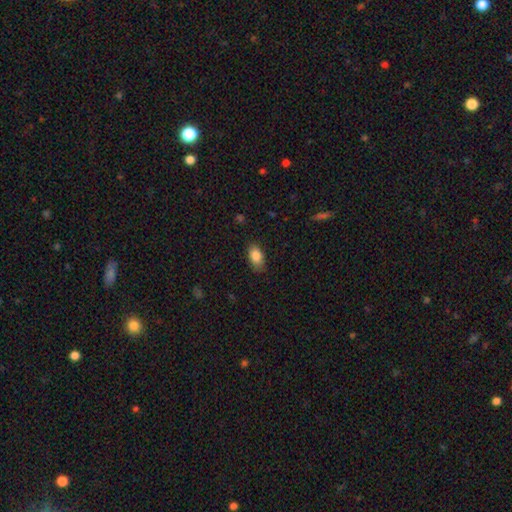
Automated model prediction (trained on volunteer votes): The model was most divided on "merging": none: 80%, minor disturbance: 16%, major disturbance: 3%, merger: 1%. More confident: how rounded — in between (90%); smooth or featured — smooth (86%).